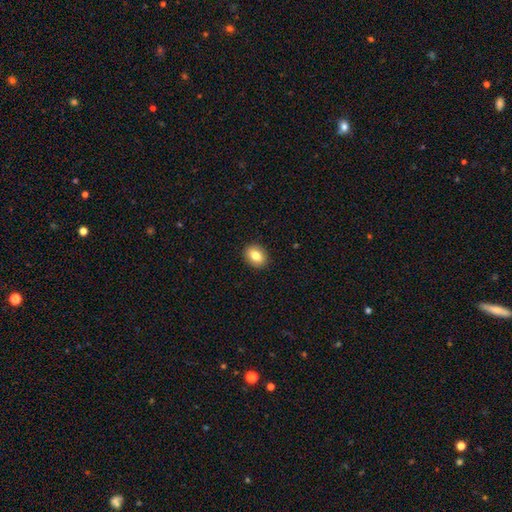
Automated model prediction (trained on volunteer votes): Smooth or featured: smooth — 82% (featured or disk — 10%)
How rounded: in between — 56% (round — 43%)
Merging: none — 91% (minor disturbance — 6%)